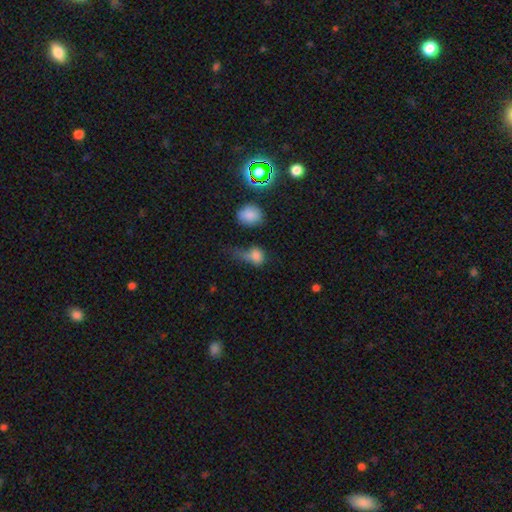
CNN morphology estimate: This is likely a smooth galaxy (76%). How rounded: possibly in between (52%). Merging: marginally major disturbance (35%).